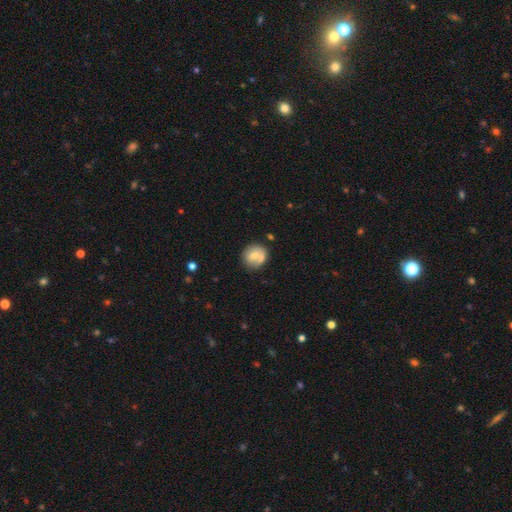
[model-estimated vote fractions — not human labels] This is likely a smooth galaxy (63%). How rounded: clearly round (81%). Merging: possibly none (52%).